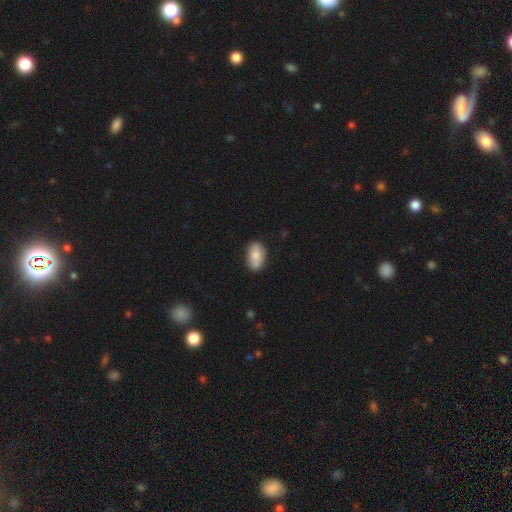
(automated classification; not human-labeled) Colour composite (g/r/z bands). It shows a smooth galaxy with no disk features (83%) that is in between round and cigar-shaped (92%). Merging: none (85%).